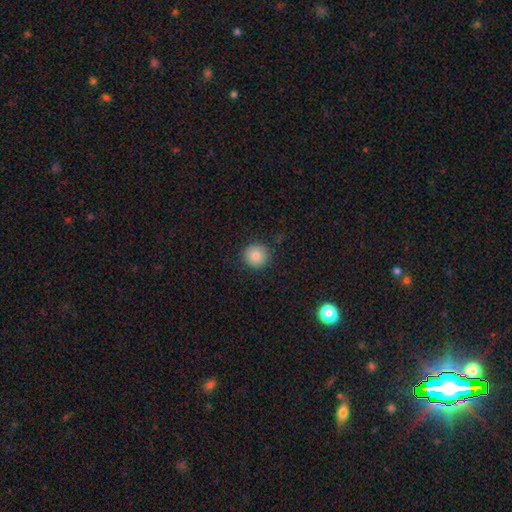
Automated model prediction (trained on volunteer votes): smooth_or_featured: smooth (p=0.86) [alt: star or artifact p=0.10]
how_rounded: round (p=0.93) [alt: in between p=0.06]
merging: none (p=0.89) [alt: minor disturbance p=0.07]